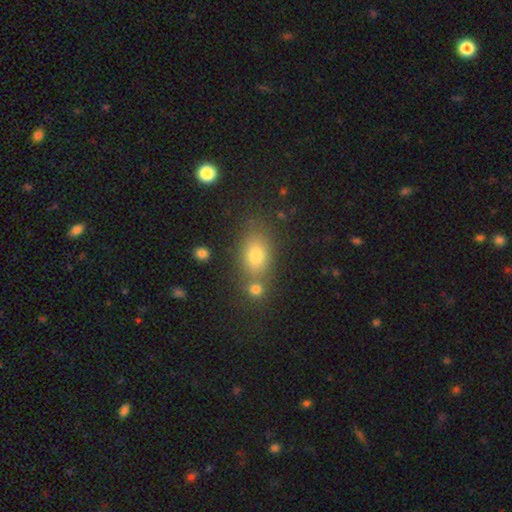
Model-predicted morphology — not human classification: Smooth or featured? Predicted: smooth (p=0.77). How rounded? Predicted: in between (p=0.79). Merging? Predicted: none (p=0.62).